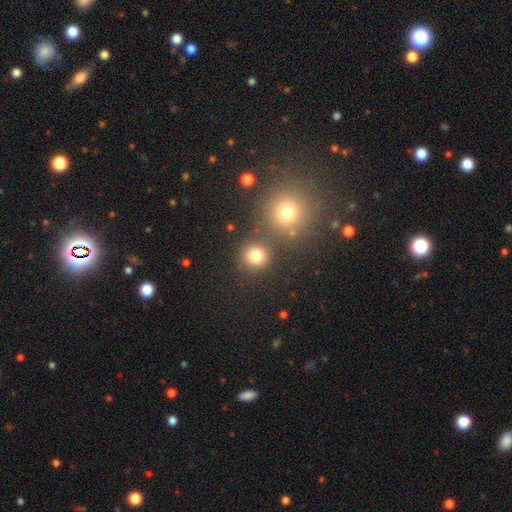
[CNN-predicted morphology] The model was most divided on "smooth or featured": smooth: 77%, star or artifact: 17%, featured or disk: 7%. More confident: how rounded — round (91%); merging — none (78%).